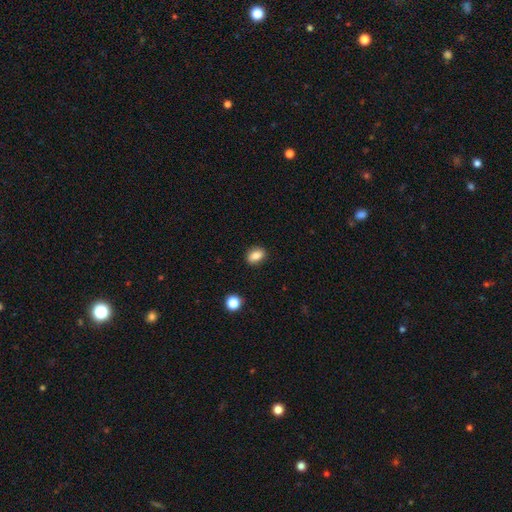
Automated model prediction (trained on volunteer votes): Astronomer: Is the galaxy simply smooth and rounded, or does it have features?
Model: smooth — 85%.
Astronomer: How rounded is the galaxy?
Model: in between — 79%.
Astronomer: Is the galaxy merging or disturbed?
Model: none — 88%.